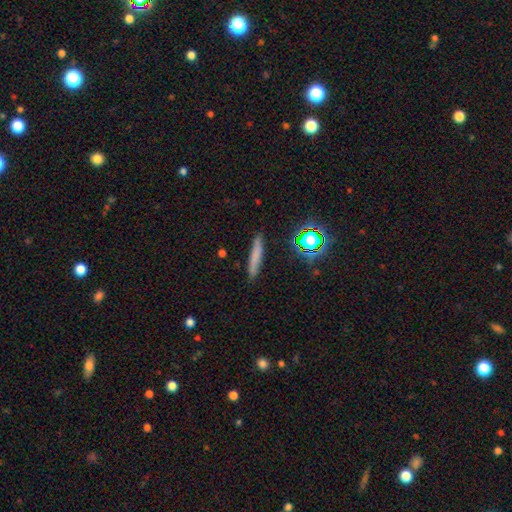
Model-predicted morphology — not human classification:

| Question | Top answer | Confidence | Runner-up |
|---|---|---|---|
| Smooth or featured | smooth | 67% | featured or disk (20%) |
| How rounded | cigar-shaped | 90% | in between (7%) |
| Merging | none | 83% | minor disturbance (12%) |